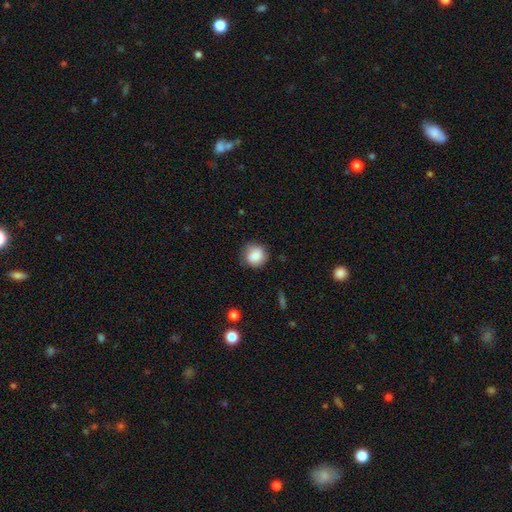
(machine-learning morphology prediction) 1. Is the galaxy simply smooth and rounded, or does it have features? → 83% smooth, 8% featured or disk, 8% star or artifact.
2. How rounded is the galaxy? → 88% round, 11% in between, 1% cigar-shaped.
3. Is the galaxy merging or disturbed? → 77% none, 18% minor disturbance, 4% major disturbance, 1% merger.